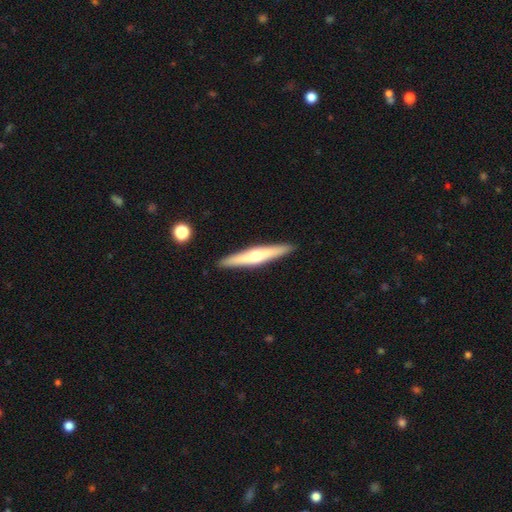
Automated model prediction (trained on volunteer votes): Smooth or featured? Predicted: featured or disk (p=0.57). Edge-on disk? Predicted: yes (p=0.94). Edge-on bulge? Predicted: rounded (p=0.89). Merging? Predicted: none (p=0.91).